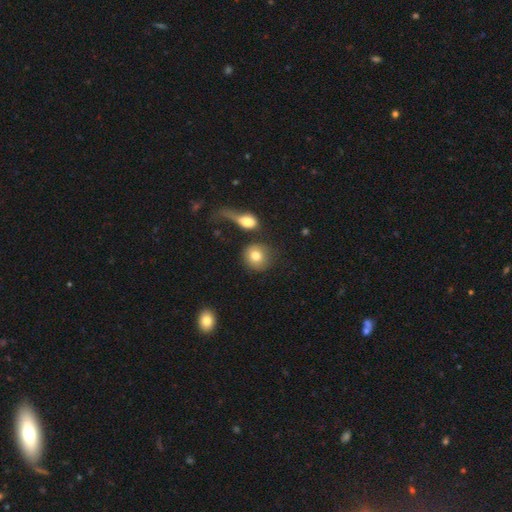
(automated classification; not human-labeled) Smooth or featured: smooth — 78% (featured or disk — 13%)
How rounded: round — 88% (in between — 11%)
Merging: none — 55% (merger — 17%)